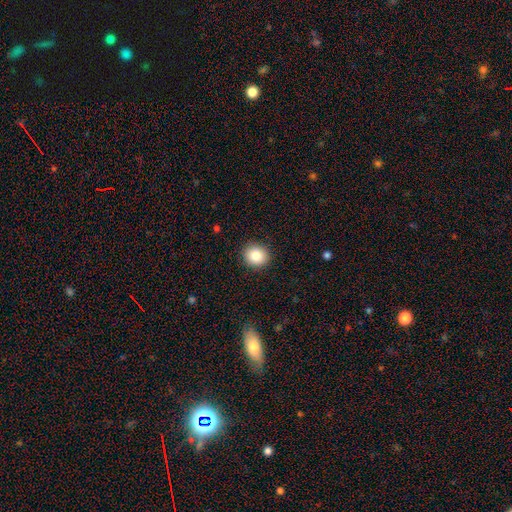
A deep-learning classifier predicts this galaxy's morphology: The model was most divided on "how rounded": round: 83%, in between: 16%, cigar-shaped: 1%. More confident: merging — none (91%); smooth or featured — smooth (84%).